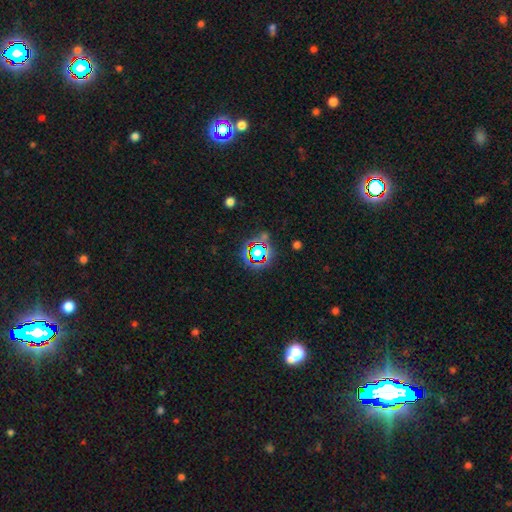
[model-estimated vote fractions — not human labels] Q: Smooth or featured?
A: star or artifact (64%); runner-up: smooth (25%)